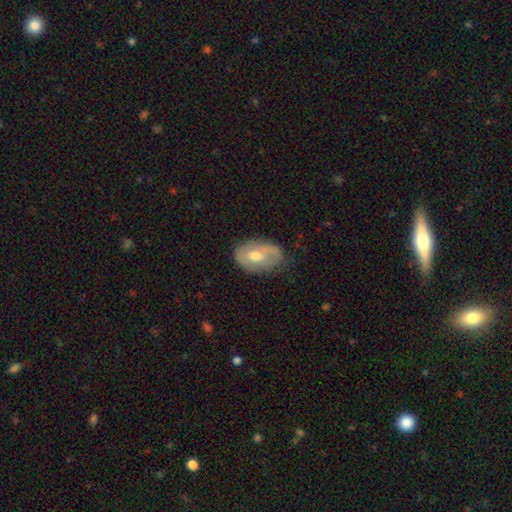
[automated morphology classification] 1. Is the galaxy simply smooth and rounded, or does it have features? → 49% smooth, 44% featured or disk, 7% star or artifact.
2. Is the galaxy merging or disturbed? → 63% none, 28% minor disturbance, 8% major disturbance, 2% merger.